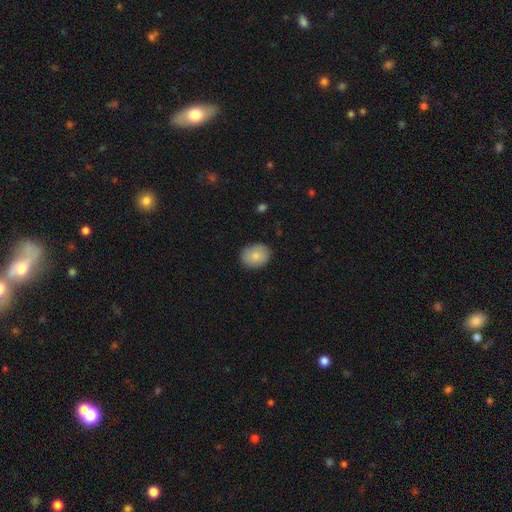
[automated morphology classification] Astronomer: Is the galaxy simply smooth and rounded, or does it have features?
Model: smooth — 85%.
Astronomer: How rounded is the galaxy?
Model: in between — 56% (runner-up: round, 43%).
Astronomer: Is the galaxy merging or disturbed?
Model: none — 85%.